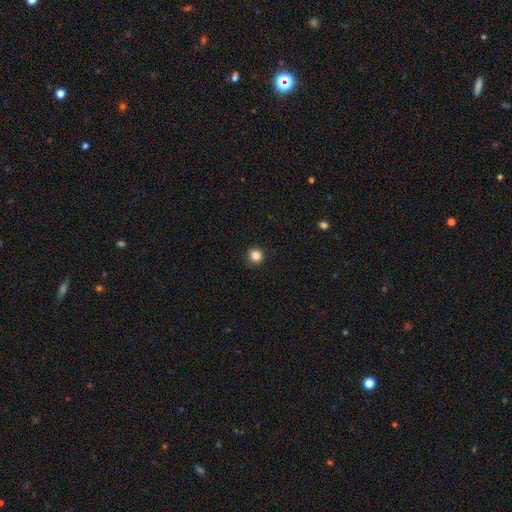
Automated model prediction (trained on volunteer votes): This is clearly a smooth galaxy (85%). How rounded: clearly round (93%). Merging: clearly none (91%).